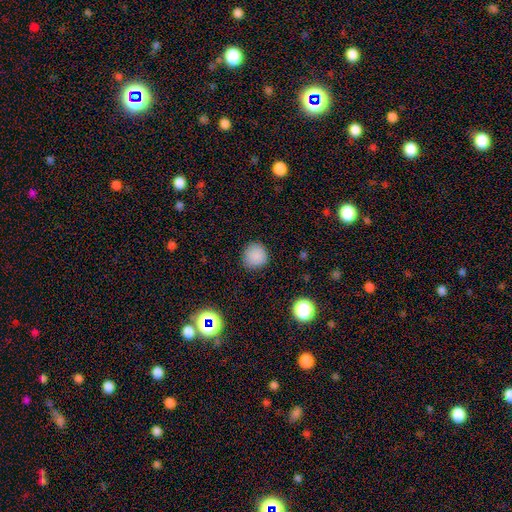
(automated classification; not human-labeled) Overall: smooth (85%). How rounded: round (92%). Merging: none (88%).